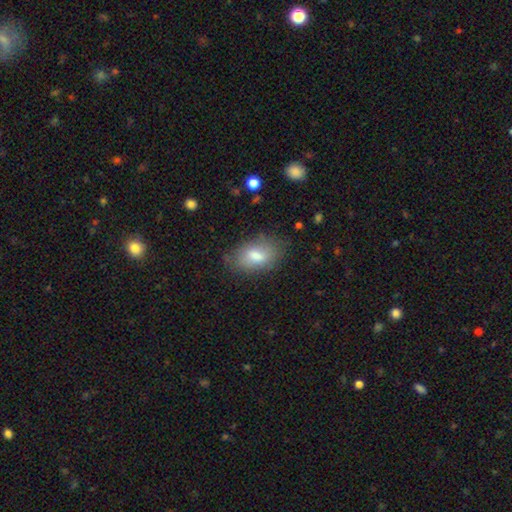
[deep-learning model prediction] Smooth or featured? Predicted: smooth (p=0.76). How rounded? Predicted: in between (p=0.91). Merging? Predicted: none (p=0.73).